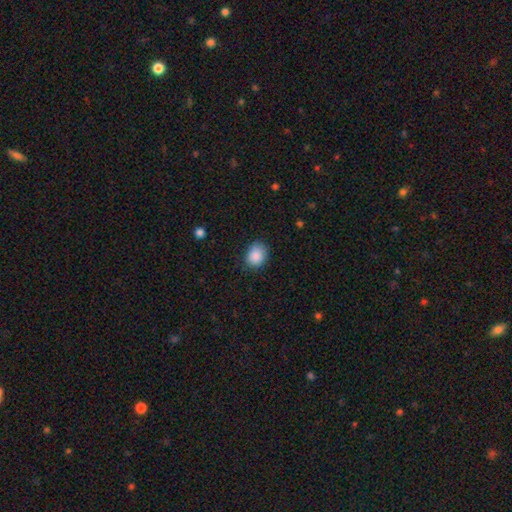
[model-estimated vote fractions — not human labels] The model was most divided on "how rounded": in between: 50%, round: 49%, cigar-shaped: 1%. More confident: smooth or featured — smooth (88%); merging — none (78%).